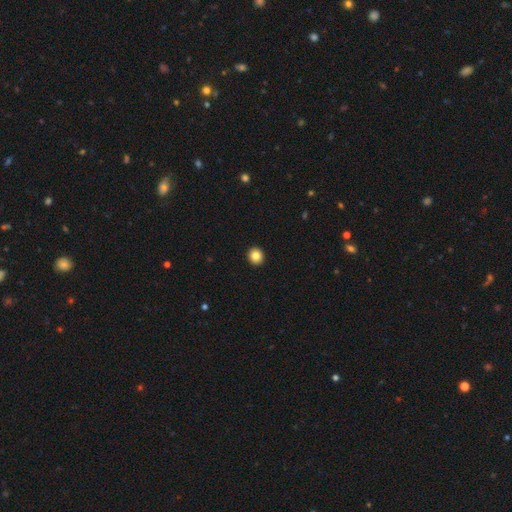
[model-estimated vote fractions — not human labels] This is clearly a smooth galaxy (85%). How rounded: clearly round (88%). Merging: clearly none (94%).